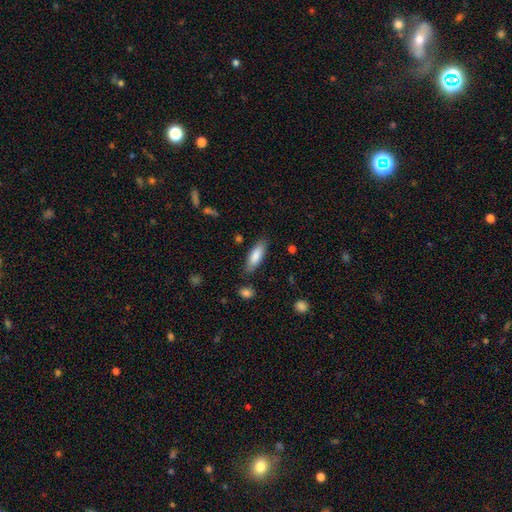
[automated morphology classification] Smooth or featured?
  - smooth: 83% *
  - featured or disk: 11%
  - star or artifact: 6%
How rounded?
  - in between: 57% *
  - cigar-shaped: 42%
  - round: 2%
Merging?
  - none: 81% *
  - minor disturbance: 14%
  - major disturbance: 3%
  - merger: 3%